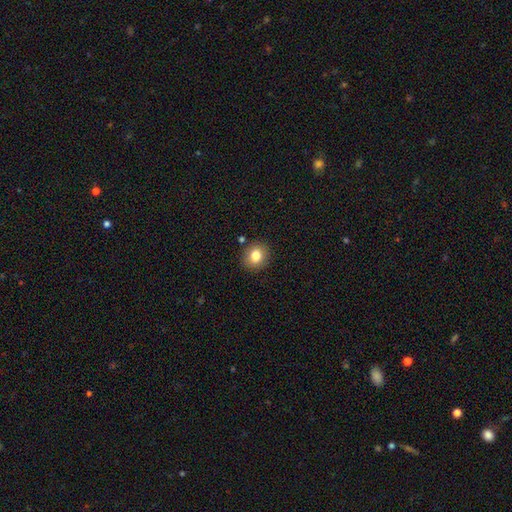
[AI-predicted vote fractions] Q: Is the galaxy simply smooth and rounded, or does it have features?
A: smooth — 81%.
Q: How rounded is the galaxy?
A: round — 73%.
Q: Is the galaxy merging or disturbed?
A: none — 87%.